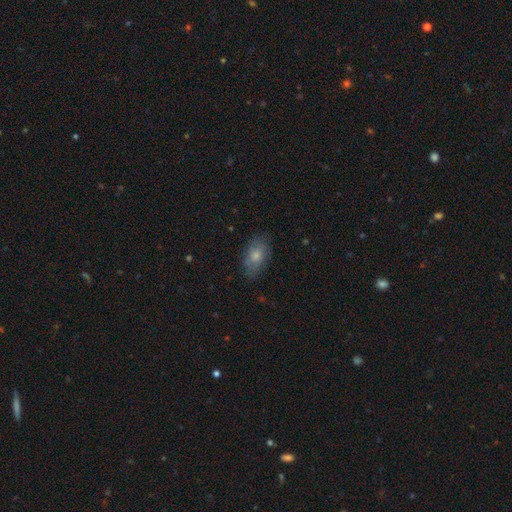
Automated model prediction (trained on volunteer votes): Morphology: type=smooth (71%); roundness=in between (91%); merging=none (74%).